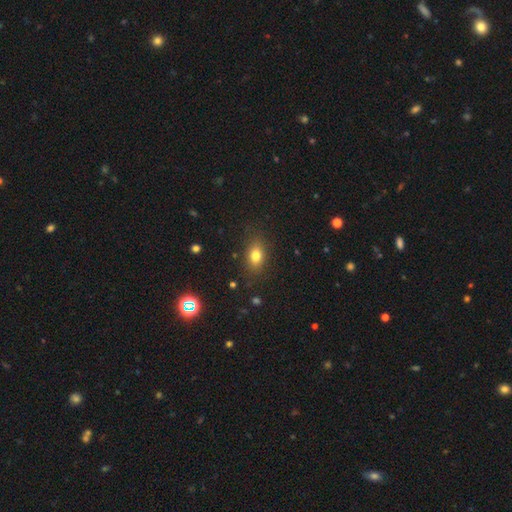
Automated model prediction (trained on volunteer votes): This appears to be a smooth galaxy with no disk features (78%) that is in between round and cigar-shaped (73%). Merging: none (82%).